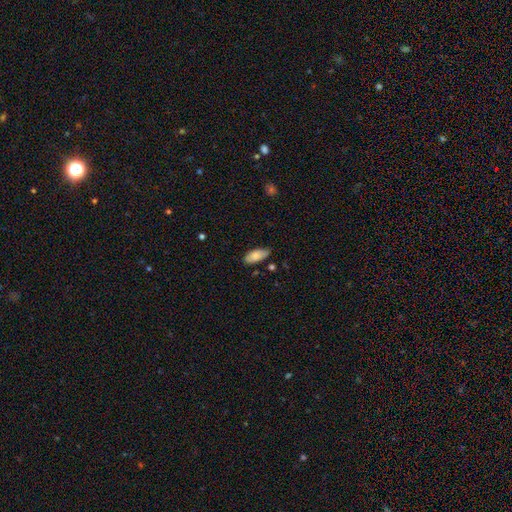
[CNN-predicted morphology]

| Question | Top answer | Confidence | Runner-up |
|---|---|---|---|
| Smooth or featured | smooth | 83% | featured or disk (10%) |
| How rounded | in between | 89% | cigar-shaped (9%) |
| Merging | none | 76% | minor disturbance (19%) |